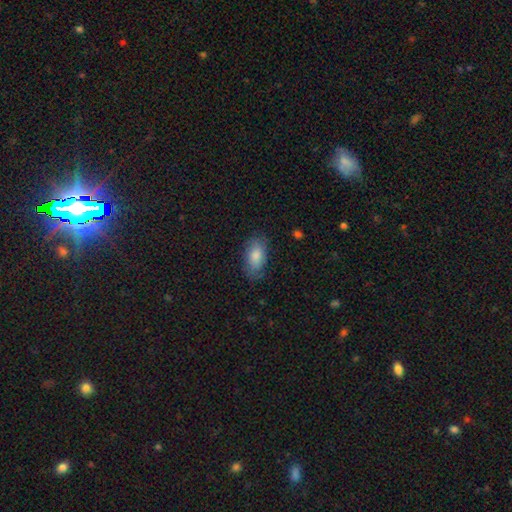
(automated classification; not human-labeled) Overall: smooth (79%). How rounded: in between (90%). Merging: none (78%).